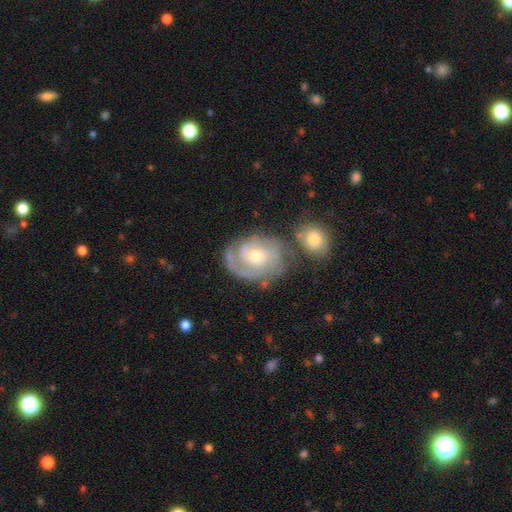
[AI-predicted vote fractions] Smooth or featured? Predicted: featured or disk (p=0.85). Edge-on disk? Predicted: no (p=0.97). Bar? Predicted: no (p=0.64). Spiral arms? Predicted: yes (p=0.95). Spiral winding? Predicted: tight (p=0.61). Spiral arm count? Predicted: 2 (p=0.35). Bulge size? Predicted: moderate (p=0.54). Merging? Predicted: none (p=0.61).